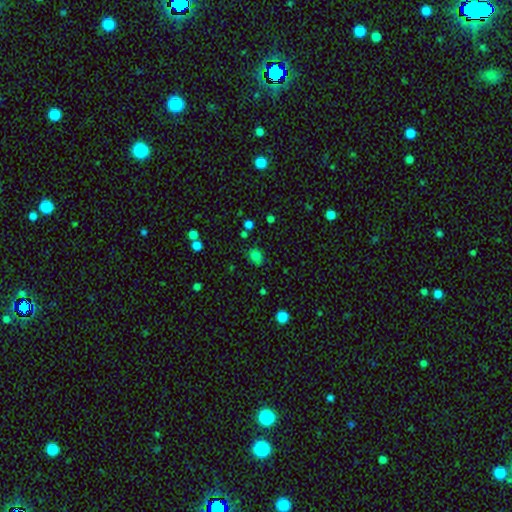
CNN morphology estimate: Smooth or featured? smooth (79%)
How rounded? round (50%)
Merging? none (76%)